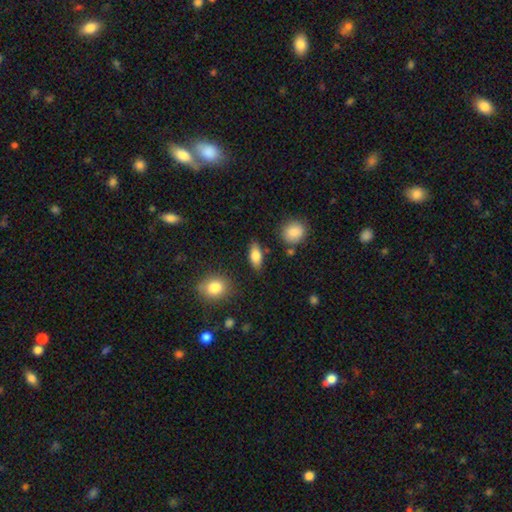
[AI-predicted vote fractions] The model was most divided on "smooth or featured": smooth: 80%, featured or disk: 13%, star or artifact: 7%. More confident: how rounded — in between (84%); merging — none (83%).